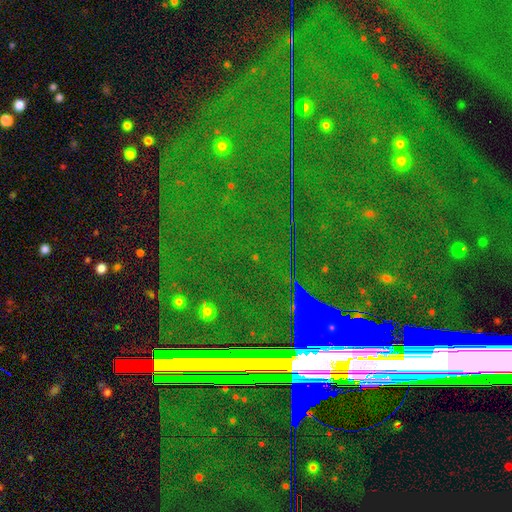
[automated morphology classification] type=star or artifact (81%).